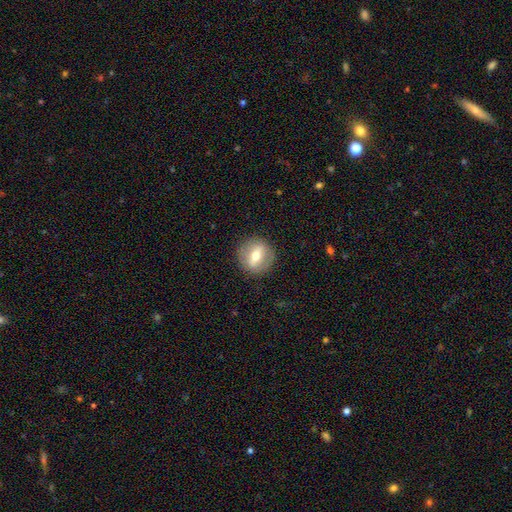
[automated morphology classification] smooth 47%, featured or disk 45%, star or artifact 7%. Down the decision tree: merging — none (87%).